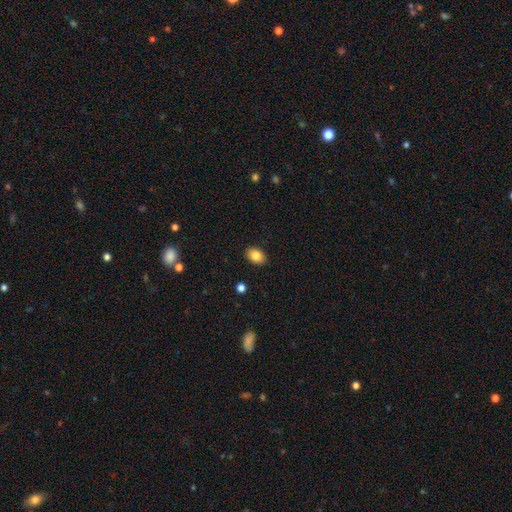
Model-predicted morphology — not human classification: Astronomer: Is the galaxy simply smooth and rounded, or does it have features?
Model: smooth — 84%.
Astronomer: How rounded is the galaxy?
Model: in between — 84%.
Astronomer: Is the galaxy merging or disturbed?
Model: none — 89%.